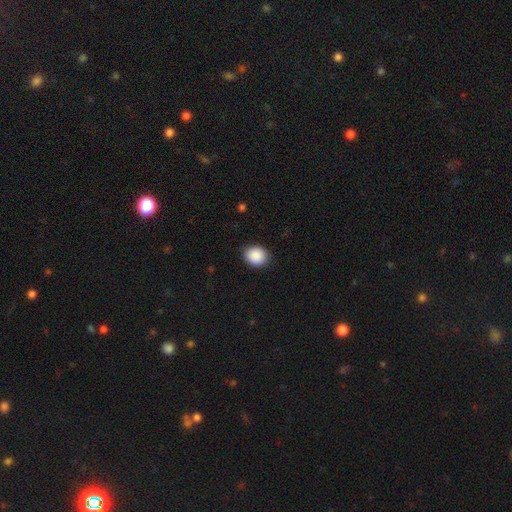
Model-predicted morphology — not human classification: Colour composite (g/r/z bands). It shows a smooth galaxy with no disk features (89%) that is round (66%). Merging: none (88%).